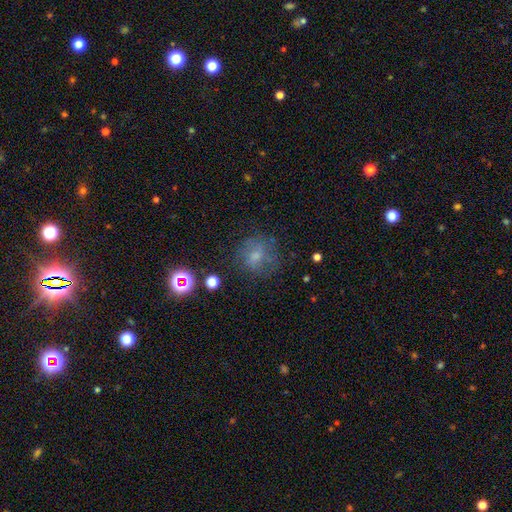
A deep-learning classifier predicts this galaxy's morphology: Smooth or featured? Predicted: smooth (p=0.61). How rounded? Predicted: round (p=0.77). Merging? Predicted: none (p=0.65).